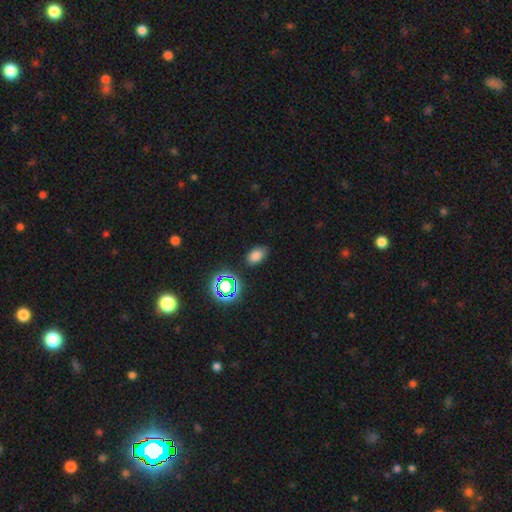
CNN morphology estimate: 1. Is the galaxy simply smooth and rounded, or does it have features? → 73% smooth, 21% star or artifact, 6% featured or disk.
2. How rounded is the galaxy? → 83% in between, 16% round, 1% cigar-shaped.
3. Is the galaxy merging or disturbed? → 82% none, 13% minor disturbance, 3% major disturbance, 2% merger.